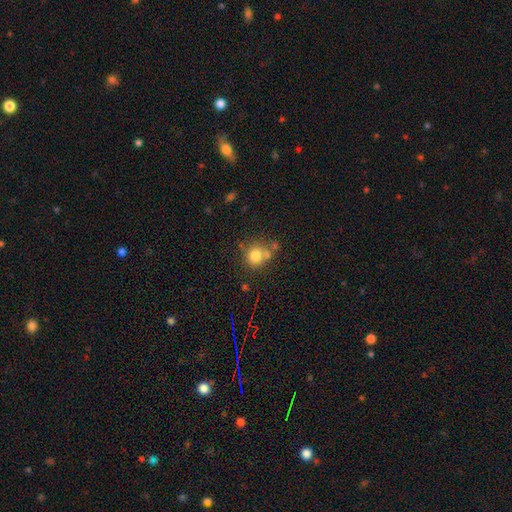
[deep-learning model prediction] Morphology: type=smooth (77%); roundness=round (86%); merging=none (58%).